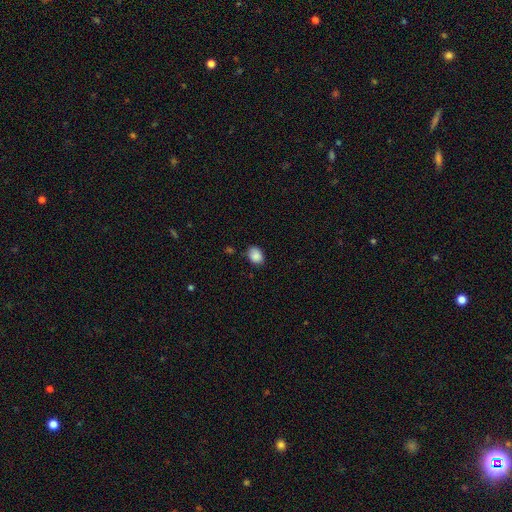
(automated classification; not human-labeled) Smooth or featured?
  - smooth: 88% *
  - star or artifact: 8%
  - featured or disk: 4%
How rounded?
  - in between: 71% *
  - round: 28%
  - cigar-shaped: 1%
Merging?
  - none: 78% *
  - minor disturbance: 17%
  - major disturbance: 3%
  - merger: 2%